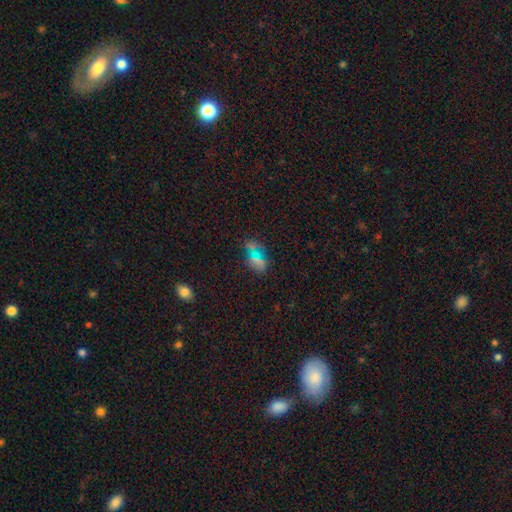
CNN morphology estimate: Overall: smooth (47%; star or artifact 42%). Merging: none (68%).